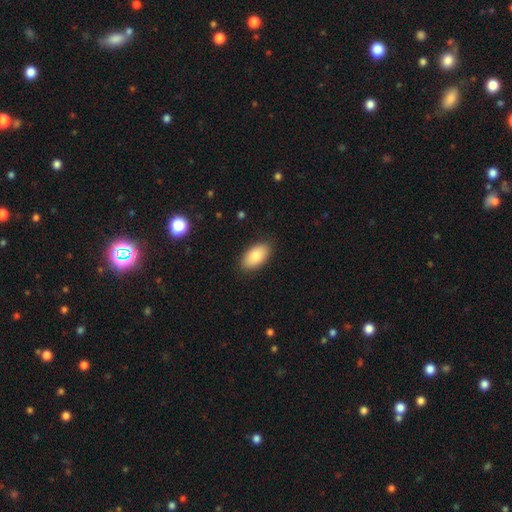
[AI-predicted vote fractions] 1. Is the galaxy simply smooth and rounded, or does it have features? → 85% smooth, 8% featured or disk, 6% star or artifact.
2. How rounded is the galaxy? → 95% in between, 3% round, 2% cigar-shaped.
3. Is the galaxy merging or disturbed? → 87% none, 10% minor disturbance, 2% major disturbance, 1% merger.